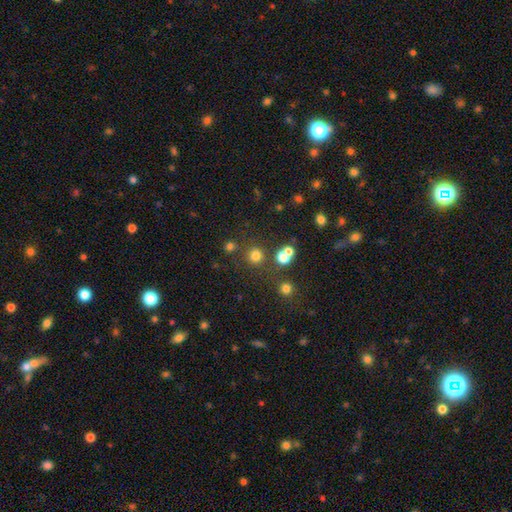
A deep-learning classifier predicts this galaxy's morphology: Q: Smooth or featured?
A: smooth (76%); runner-up: star or artifact (18%)
Q: How rounded?
A: round (91%); runner-up: in between (8%)
Q: Merging?
A: none (77%); runner-up: merger (12%)